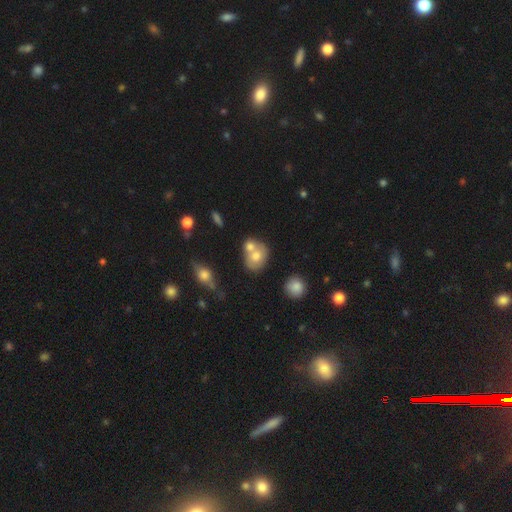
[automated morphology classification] A smooth galaxy with no disk features (64%) that is round (54%).

Vote fractions:
- Smooth or featured? smooth: 64% / featured or disk: 27% / star or artifact: 9%
- How rounded? round: 54% / in between: 45% / cigar-shaped: 1%
- Merging? merger: 53% / none: 33% / minor disturbance: 10% / major disturbance: 4%